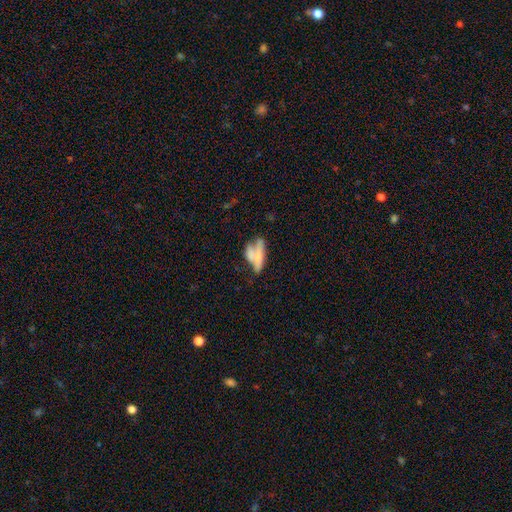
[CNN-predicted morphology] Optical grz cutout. It shows a smooth galaxy with no disk features (52%) that is in between round and cigar-shaped (54%). Merging: merger (40%).